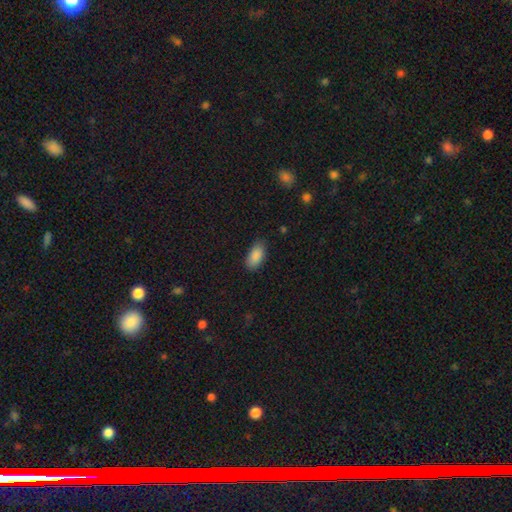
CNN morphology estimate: Smooth or featured: smooth — 89% (star or artifact — 7%)
How rounded: in between — 92% (cigar-shaped — 5%)
Merging: none — 81% (minor disturbance — 15%)